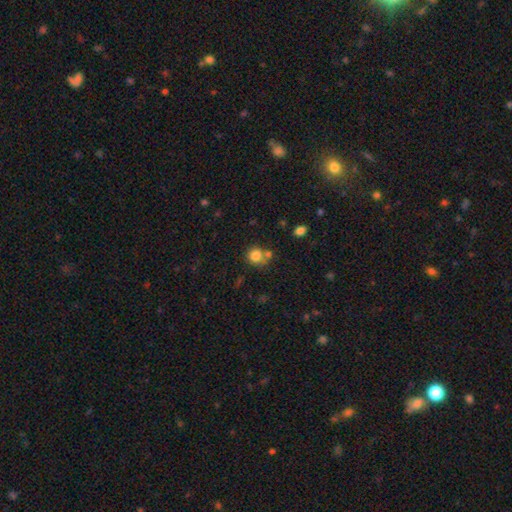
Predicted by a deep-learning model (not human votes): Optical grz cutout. It shows a smooth galaxy with no disk features (81%) that is round (85%). Merging: none (58%).